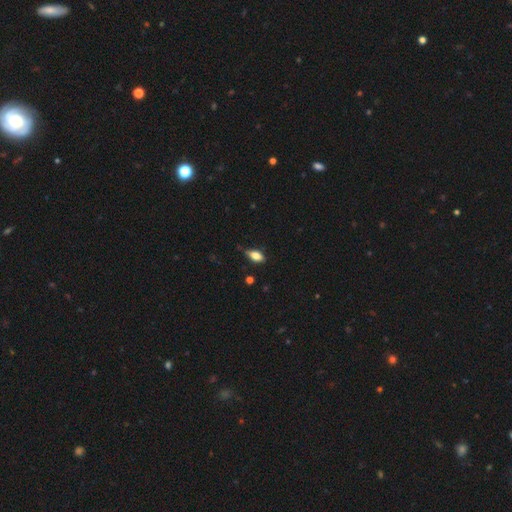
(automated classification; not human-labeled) smooth 73%, featured or disk 18%, star or artifact 8%. Down the decision tree: how rounded — in between (84%); merging — none (65%).